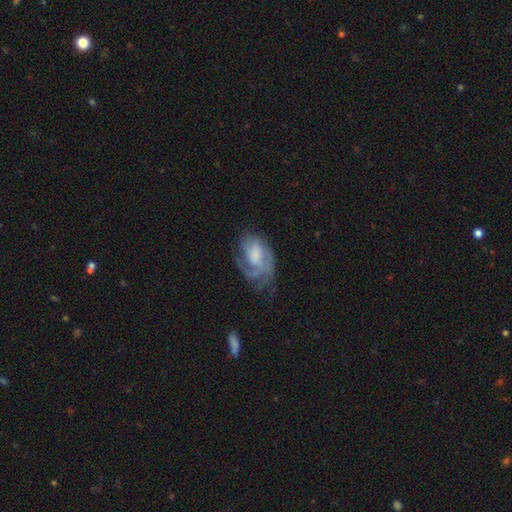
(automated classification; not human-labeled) smooth_or_featured: featured or disk (p=0.69) [alt: smooth p=0.23]
disk_edge_on: no (p=0.96) [alt: yes p=0.04]
bar: no (p=0.58) [alt: weak p=0.34]
has_spiral_arms: yes (p=0.86) [alt: no p=0.14]
spiral_winding: medium (p=0.41) [alt: tight p=0.40]
spiral_arm_count: can't tell (p=0.33) [alt: 3 p=0.21]
bulge_size: moderate (p=0.30) [alt: none p=0.29]
merging: none (p=0.46) [alt: major disturbance p=0.26]